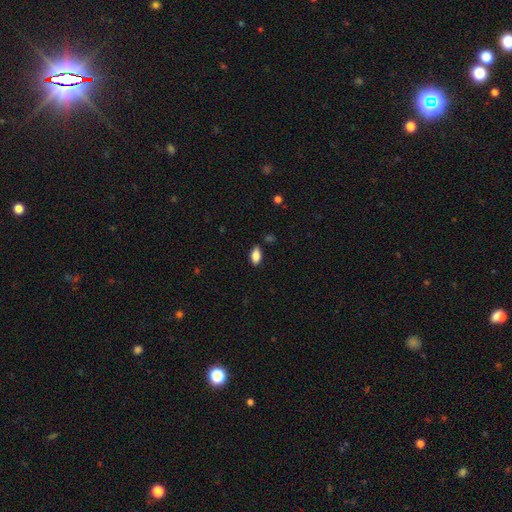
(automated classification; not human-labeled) Smooth or featured: smooth — 85% (star or artifact — 8%)
How rounded: in between — 91% (cigar-shaped — 5%)
Merging: none — 84% (minor disturbance — 12%)